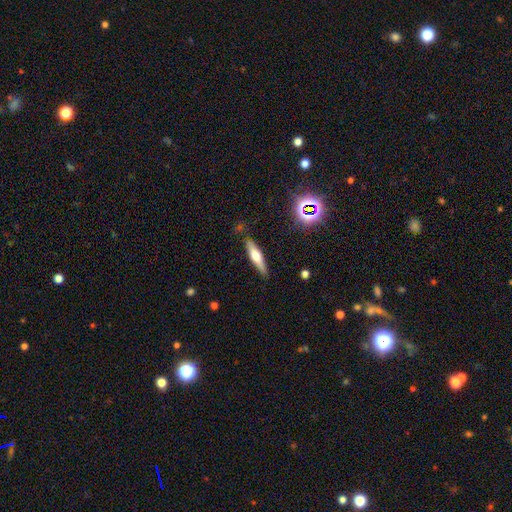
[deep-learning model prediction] A smooth galaxy with no disk features (46%). Merging: none (84%).